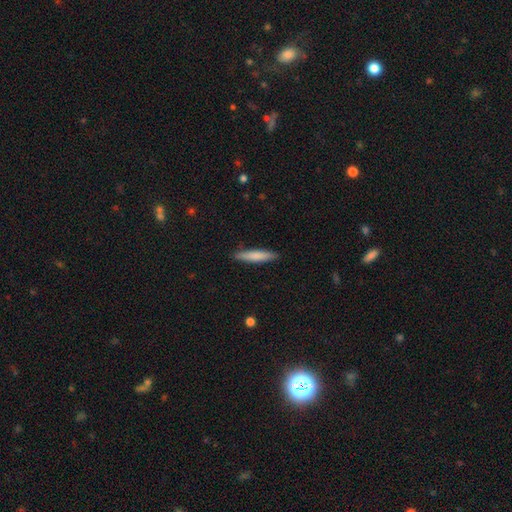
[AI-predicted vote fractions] Smooth or featured?
  - smooth: 78% *
  - featured or disk: 16%
  - star or artifact: 5%
How rounded?
  - cigar-shaped: 88% *
  - in between: 11%
  - round: 1%
Merging?
  - none: 89% *
  - minor disturbance: 8%
  - major disturbance: 2%
  - merger: 1%